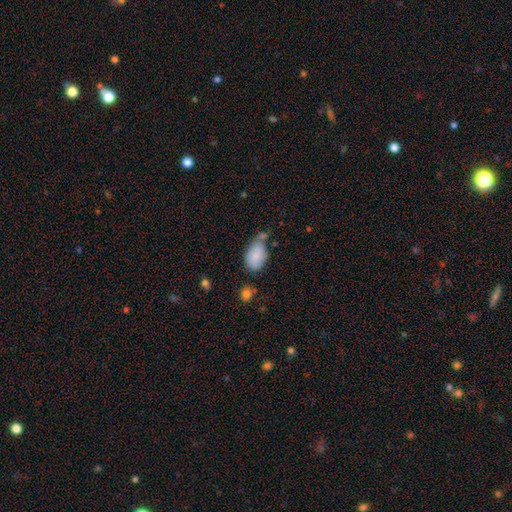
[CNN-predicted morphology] type=smooth (85%); roundness=in between (91%); merging=none (48%).